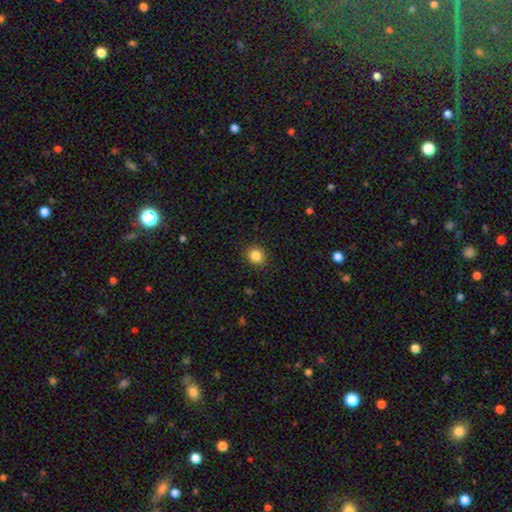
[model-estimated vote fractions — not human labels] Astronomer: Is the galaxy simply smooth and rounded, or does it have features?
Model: smooth — 85%.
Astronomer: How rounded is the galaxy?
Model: round — 78%.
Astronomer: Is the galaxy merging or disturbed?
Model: none — 90%.